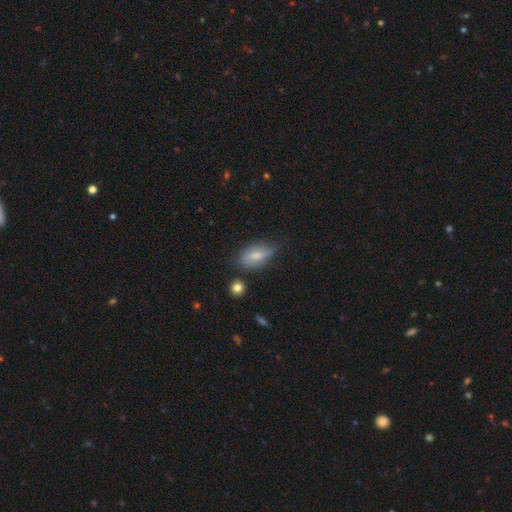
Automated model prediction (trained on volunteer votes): This appears to be a smooth galaxy with no disk features (66%) that is in between round and cigar-shaped (83%). Merging: none (61%).